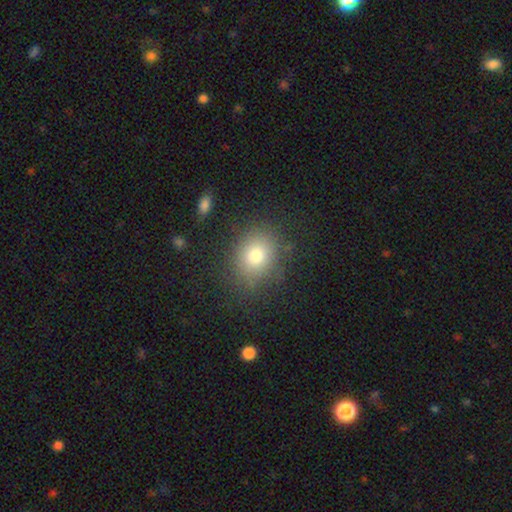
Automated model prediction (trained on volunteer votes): smooth-or-featured: smooth: 78% | star or artifact: 12% | featured or disk: 10%
  how-rounded: round: 51% | in between: 48% | cigar-shaped: 1%
  merging: none: 81% | minor disturbance: 13% | major disturbance: 5% | merger: 2%